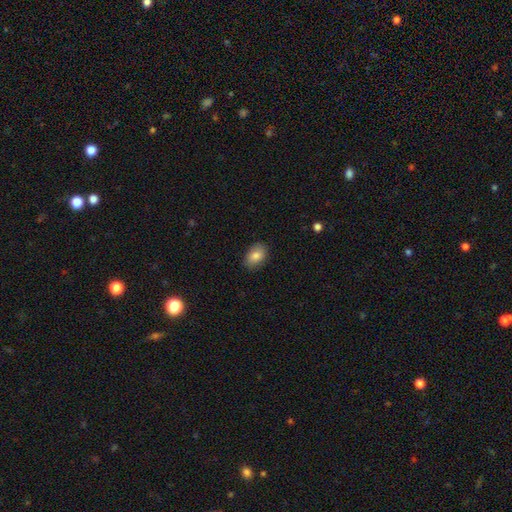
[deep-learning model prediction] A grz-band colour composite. It shows a smooth galaxy with no disk features (84%) that is in between round and cigar-shaped (85%). Merging: none (87%).